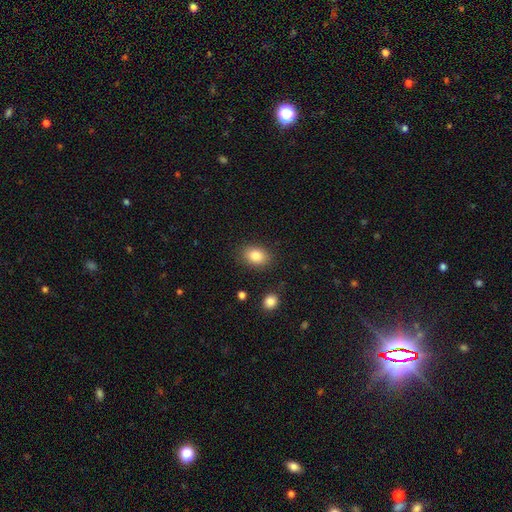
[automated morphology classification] smooth_or_featured: smooth (p=0.84) [alt: star or artifact p=0.09]
how_rounded: in between (p=0.76) [alt: round p=0.23]
merging: none (p=0.86) [alt: minor disturbance p=0.09]